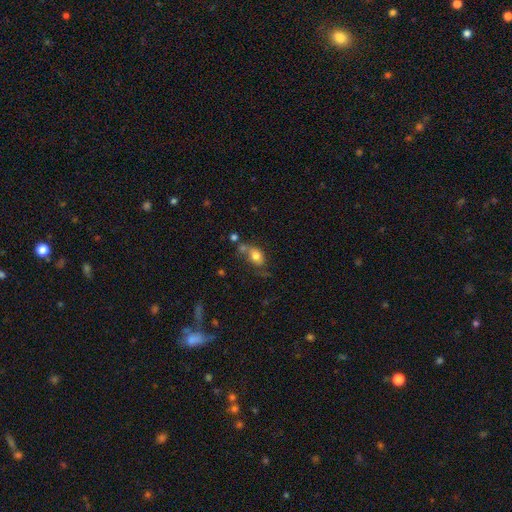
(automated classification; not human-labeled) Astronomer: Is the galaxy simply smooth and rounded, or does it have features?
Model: smooth — 74%.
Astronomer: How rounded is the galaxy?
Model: in between — 67%.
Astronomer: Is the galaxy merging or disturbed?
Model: none — 38% (runner-up: merger, 27%).